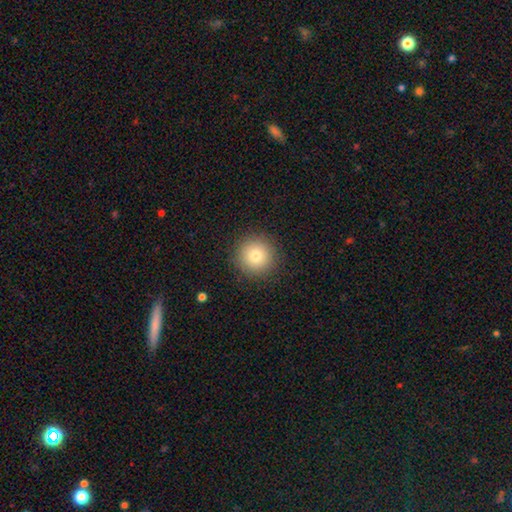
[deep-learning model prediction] Smooth or featured: smooth — 79% (star or artifact — 11%)
How rounded: round — 96% (in between — 3%)
Merging: none — 91% (minor disturbance — 6%)